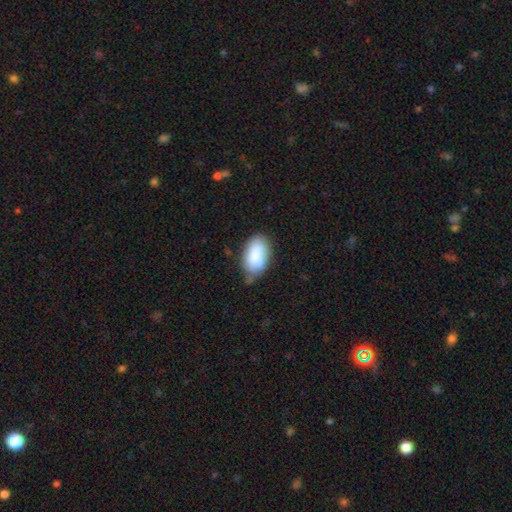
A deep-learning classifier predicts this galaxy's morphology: A smooth galaxy with no disk features (85%) that is in between round and cigar-shaped (93%).

Vote fractions:
- Smooth or featured? smooth: 85% / featured or disk: 8% / star or artifact: 7%
- How rounded? in between: 93% / round: 5% / cigar-shaped: 2%
- Merging? none: 57% / minor disturbance: 31% / major disturbance: 7% / merger: 4%